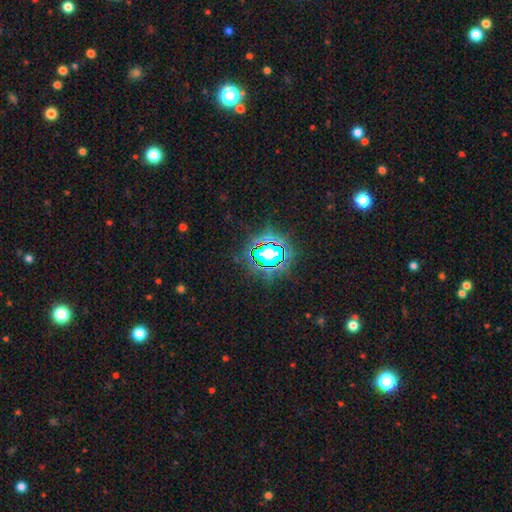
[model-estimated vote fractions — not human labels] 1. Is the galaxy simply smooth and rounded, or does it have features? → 73% star or artifact, 18% smooth, 10% featured or disk.